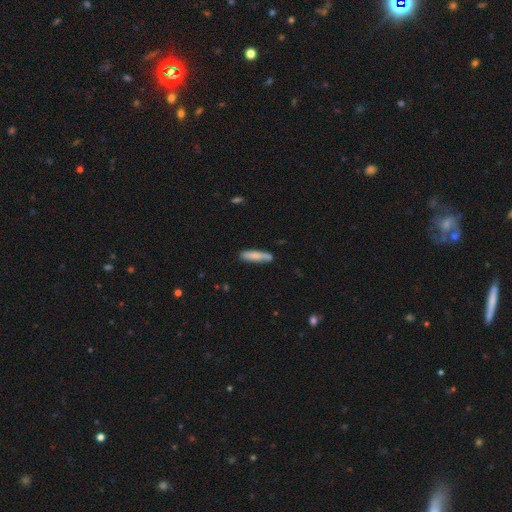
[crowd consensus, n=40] Smooth or featured? smooth (55%)
How rounded? cigar-shaped (77%)
Merging? none (83%)